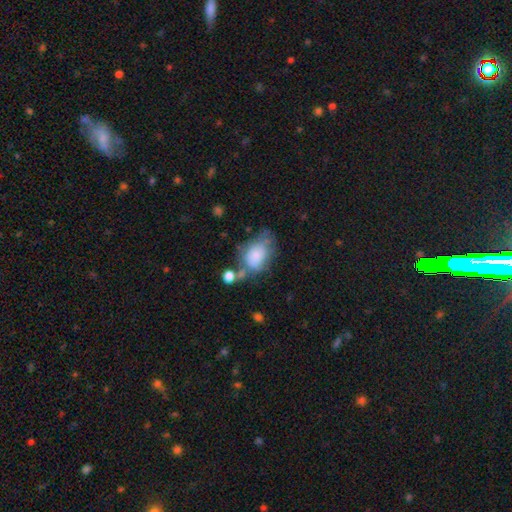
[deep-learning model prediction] This is likely a smooth galaxy (68%). How rounded: clearly in between (82%). Merging: marginally none (32%).